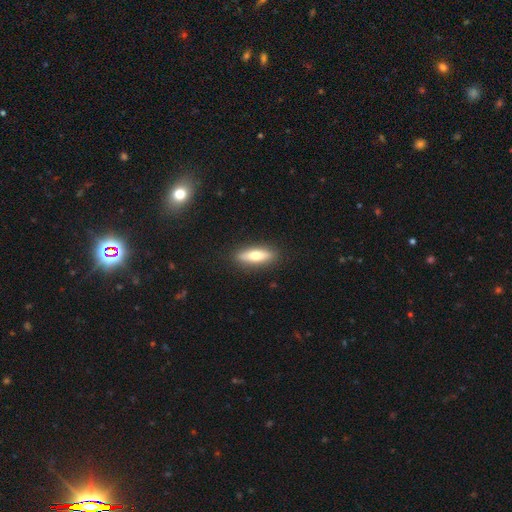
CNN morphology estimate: Q: Smooth or featured?
A: smooth (63%); runner-up: featured or disk (31%)
Q: How rounded?
A: cigar-shaped (53%); runner-up: in between (45%)
Q: Merging?
A: none (89%); runner-up: minor disturbance (8%)